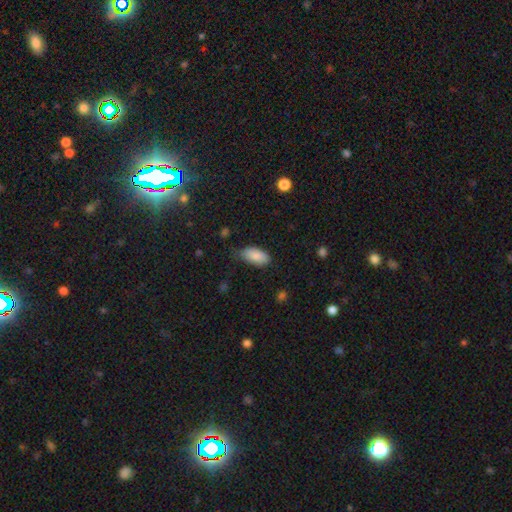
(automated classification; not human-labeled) Smooth or featured? smooth (87%)
How rounded? in between (93%)
Merging? none (65%)